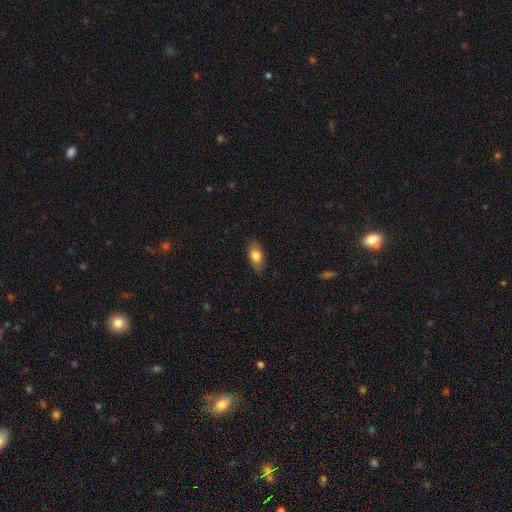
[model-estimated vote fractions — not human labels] smooth 81%, featured or disk 13%, star or artifact 7%. Down the decision tree: how rounded — in between (89%); merging — none (81%).